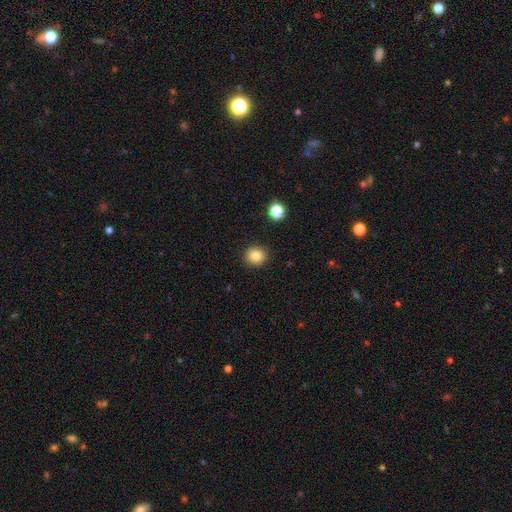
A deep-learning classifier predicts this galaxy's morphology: The model was most divided on "smooth or featured": smooth: 83%, star or artifact: 11%, featured or disk: 7%. More confident: merging — none (91%); how rounded — round (87%).